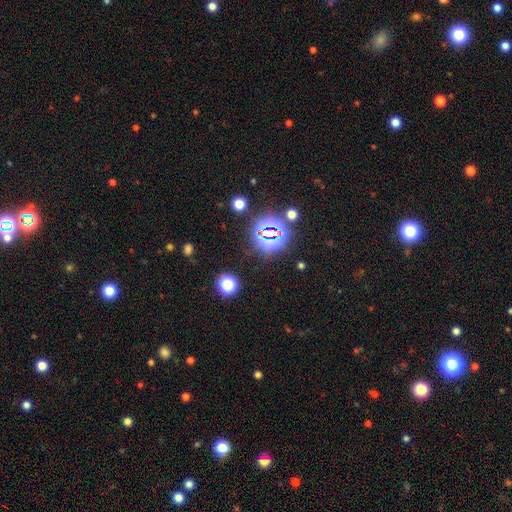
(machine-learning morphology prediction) This appears to be a star or artifact, not a galaxy (81%).